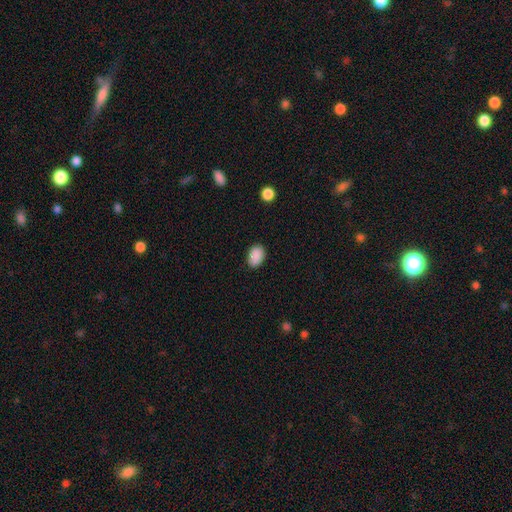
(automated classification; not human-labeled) Morphology: type=smooth (90%); roundness=in between (85%); merging=none (86%).